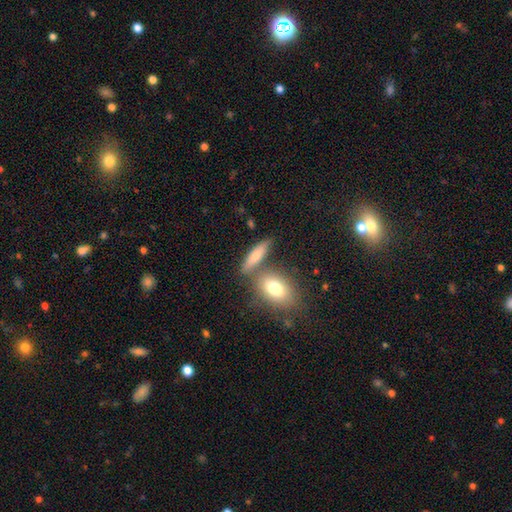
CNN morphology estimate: This appears to be a smooth galaxy with no disk features (76%) that is cigar-shaped (49%). Merging: none (64%).